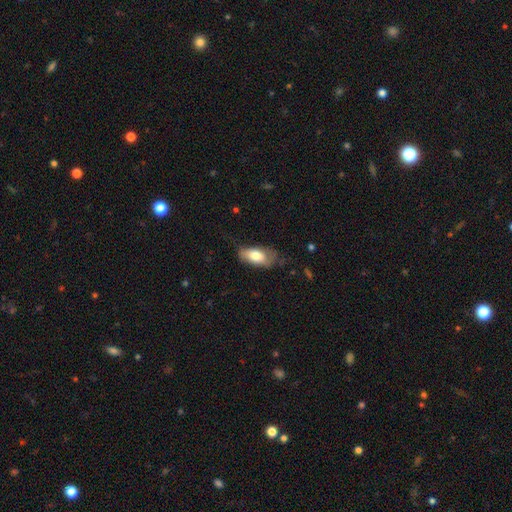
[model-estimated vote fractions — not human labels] Smooth or featured: smooth — 72% (featured or disk — 21%)
How rounded: in between — 90% (cigar-shaped — 7%)
Merging: none — 48% (minor disturbance — 34%)